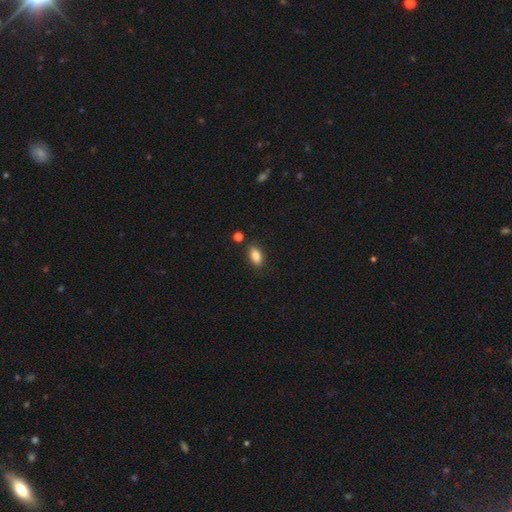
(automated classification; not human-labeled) Q: Smooth or featured?
A: smooth (86%); runner-up: star or artifact (8%)
Q: How rounded?
A: in between (89%); runner-up: round (7%)
Q: Merging?
A: none (83%); runner-up: minor disturbance (11%)